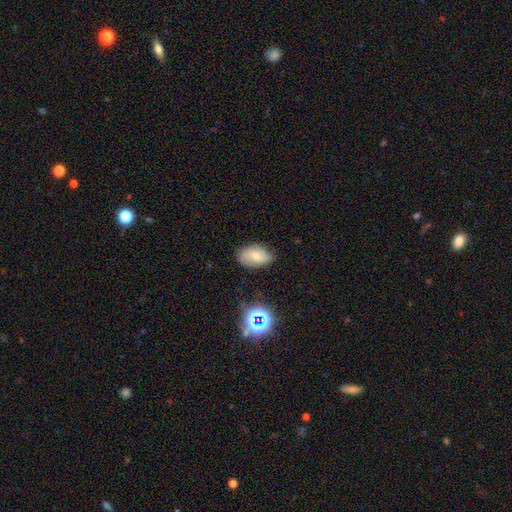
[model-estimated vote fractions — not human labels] Morphology: type=smooth (64%); roundness=in between (89%); merging=none (67%).